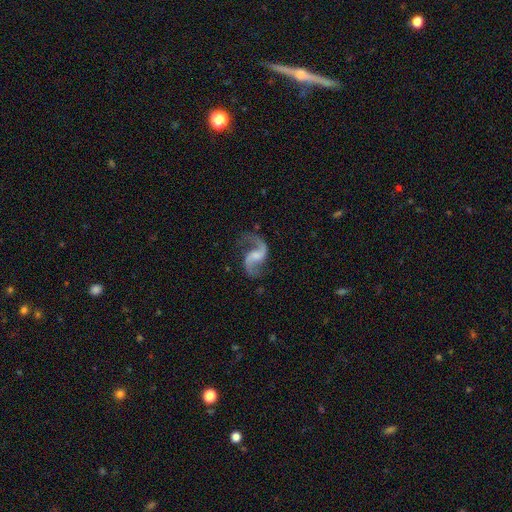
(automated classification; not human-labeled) Q: Smooth or featured?
A: featured or disk (91%); runner-up: star or artifact (5%)
Q: Edge-on disk?
A: no (98%); runner-up: yes (2%)
Q: Bar?
A: weak (44%); runner-up: no (40%)
Q: Spiral arms?
A: yes (97%); runner-up: no (3%)
Q: Spiral winding?
A: loose (72%); runner-up: medium (24%)
Q: Spiral arm count?
A: 2 (93%); runner-up: 1 (3%)
Q: Bulge size?
A: none (39%); runner-up: small (31%)
Q: Merging?
A: none (74%); runner-up: minor disturbance (14%)